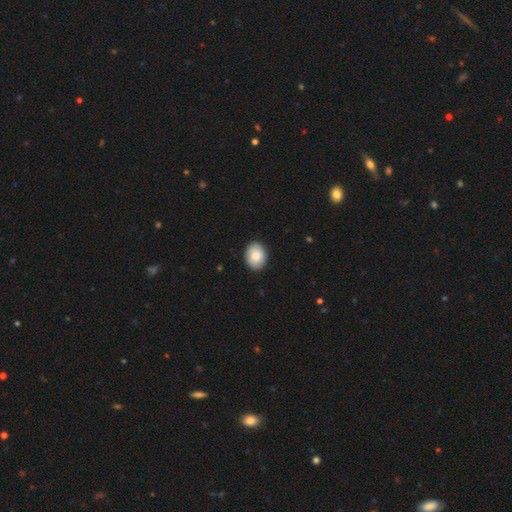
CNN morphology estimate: Smooth or featured? Predicted: smooth (p=0.82). How rounded? Predicted: in between (p=0.63). Merging? Predicted: none (p=0.88).